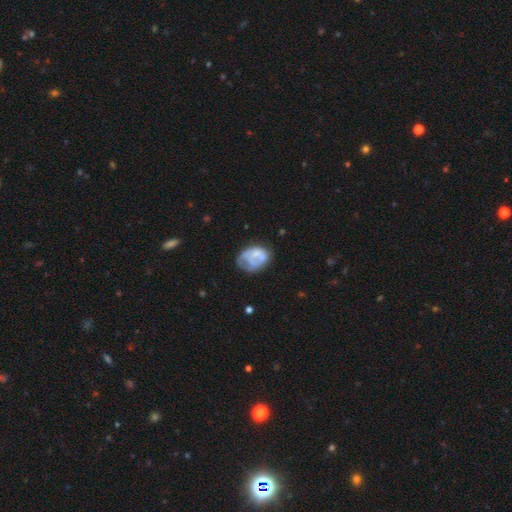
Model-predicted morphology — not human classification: smooth_or_featured: featured or disk (p=0.47) [alt: smooth p=0.45]
merging: none (p=0.37) [alt: minor disturbance p=0.28]